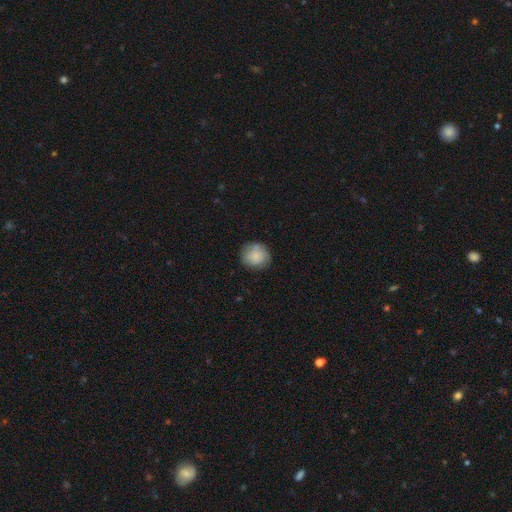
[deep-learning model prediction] This appears to be a smooth galaxy with no disk features (79%) that is round (86%). Merging: none (77%).